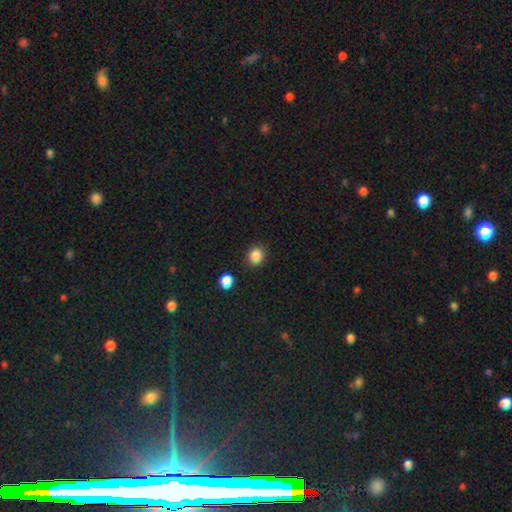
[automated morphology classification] The model was most divided on "how rounded": round: 76%, in between: 23%, cigar-shaped: 1%. More confident: merging — none (87%); smooth or featured — smooth (86%).